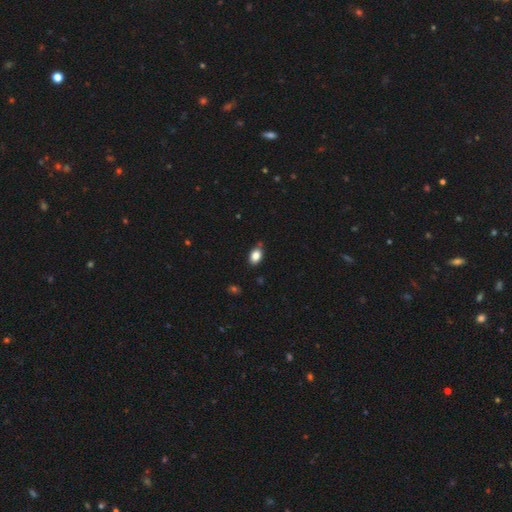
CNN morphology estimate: The model was most divided on "merging": none: 81%, minor disturbance: 14%, major disturbance: 2%, merger: 2%. More confident: how rounded — in between (86%); smooth or featured — smooth (85%).